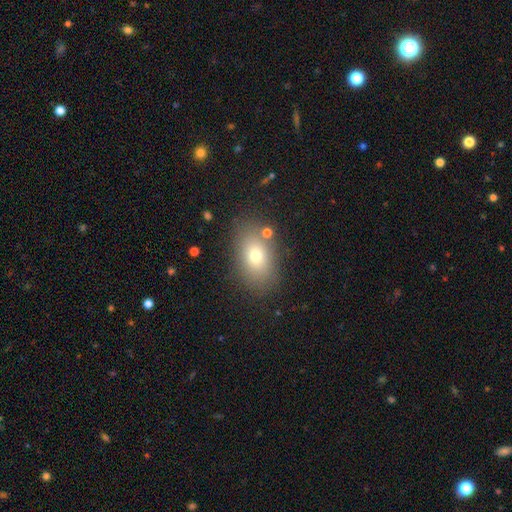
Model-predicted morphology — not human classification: The model was most divided on "smooth or featured": smooth: 72%, featured or disk: 15%, star or artifact: 13%. More confident: merging — none (81%); how rounded — in between (81%).